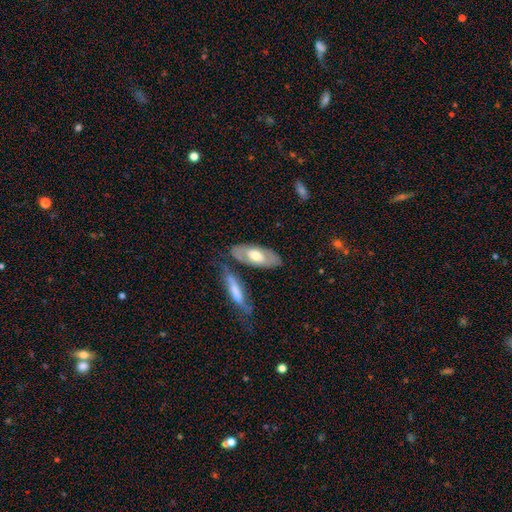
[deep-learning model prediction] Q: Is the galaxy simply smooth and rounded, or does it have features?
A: smooth — 48%.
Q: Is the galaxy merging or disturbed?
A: none — 70%.